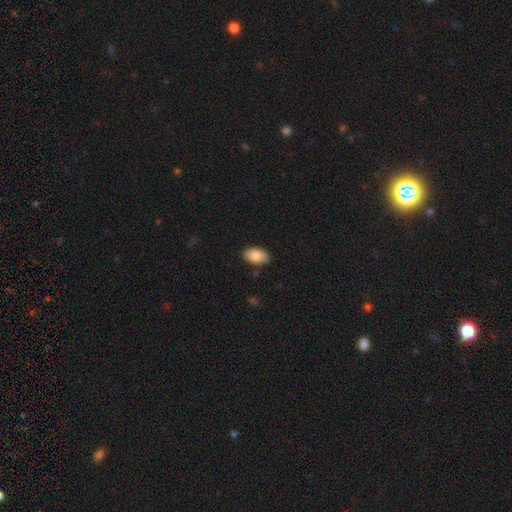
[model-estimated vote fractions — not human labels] Smooth or featured: smooth — 86% (featured or disk — 7%)
How rounded: in between — 94% (round — 5%)
Merging: none — 85% (minor disturbance — 12%)